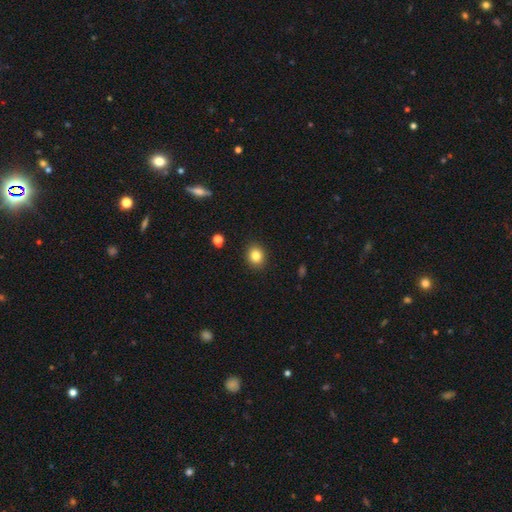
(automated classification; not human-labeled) Morphology: type=smooth (83%); roundness=round (70%); merging=none (90%).